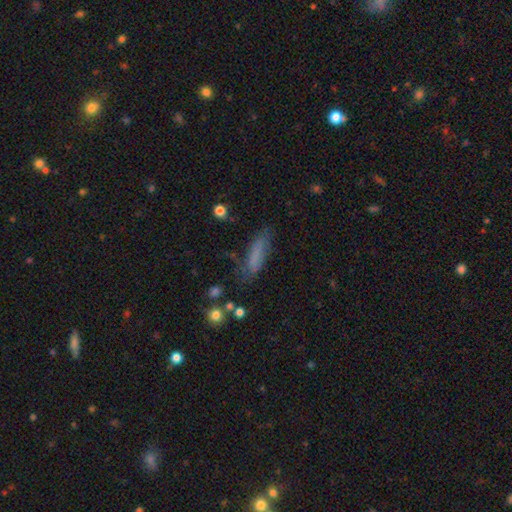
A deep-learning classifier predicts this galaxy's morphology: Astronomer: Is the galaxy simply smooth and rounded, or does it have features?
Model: smooth — 72%.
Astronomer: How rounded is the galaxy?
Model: cigar-shaped — 63%.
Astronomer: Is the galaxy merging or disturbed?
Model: none — 67%.